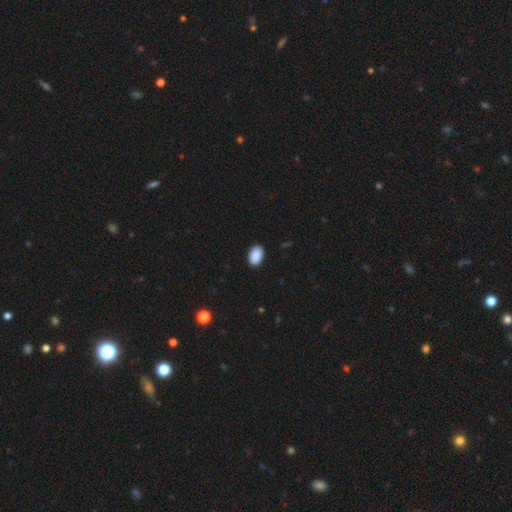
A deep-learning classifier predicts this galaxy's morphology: Overall: smooth (90%). How rounded: in between (89%). Merging: none (90%).